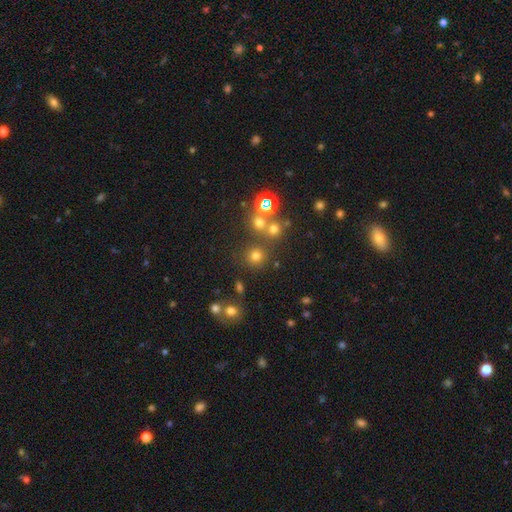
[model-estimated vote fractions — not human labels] smooth_or_featured: smooth (p=0.71) [alt: star or artifact p=0.22]
how_rounded: round (p=0.91) [alt: in between p=0.08]
merging: none (p=0.75) [alt: merger p=0.13]